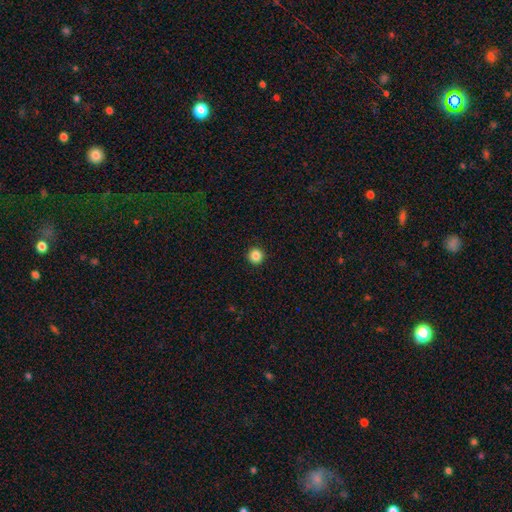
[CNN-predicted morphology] Smooth or featured: smooth — 86% (star or artifact — 11%)
How rounded: round — 96% (in between — 3%)
Merging: none — 93% (minor disturbance — 4%)